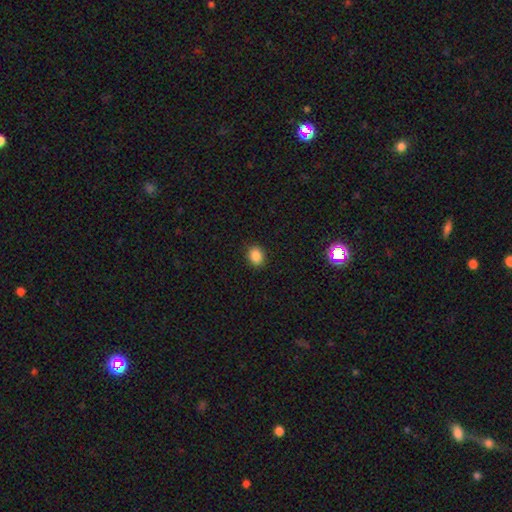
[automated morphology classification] A smooth galaxy with no disk features (86%) that is round (56%).

Vote fractions:
- Smooth or featured? smooth: 86% / star or artifact: 11% / featured or disk: 4%
- How rounded? round: 56% / in between: 43% / cigar-shaped: 1%
- Merging? none: 90% / minor disturbance: 7% / major disturbance: 2% / merger: 1%